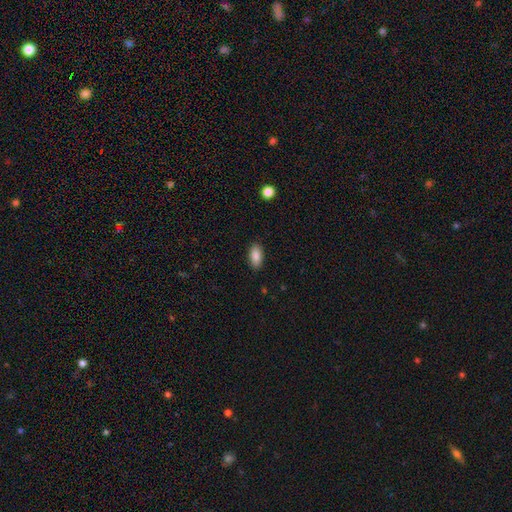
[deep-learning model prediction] The model was most divided on "merging": none: 88%, minor disturbance: 9%, major disturbance: 2%, merger: 1%. More confident: how rounded — in between (91%); smooth or featured — smooth (87%).